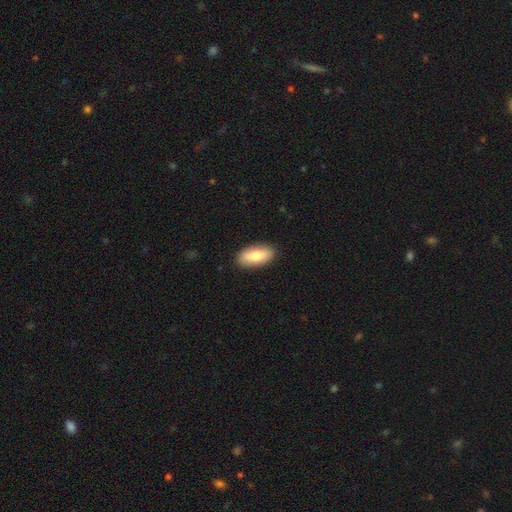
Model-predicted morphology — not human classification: This is likely a smooth galaxy (75%). How rounded: clearly in between (88%). Merging: clearly none (89%).